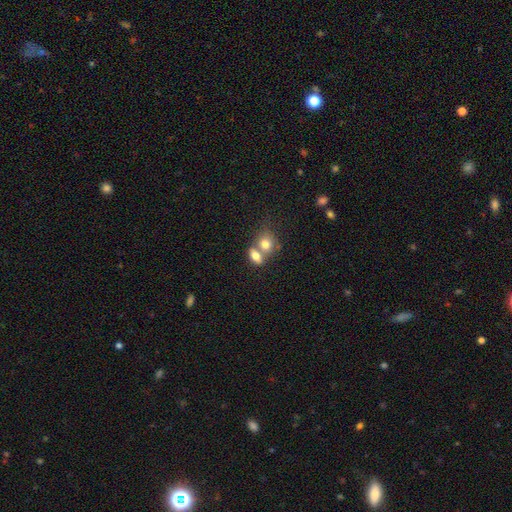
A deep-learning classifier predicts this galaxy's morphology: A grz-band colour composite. It shows a smooth galaxy with no disk features (75%) that is in between round and cigar-shaped (70%). Merging: merger (60%).